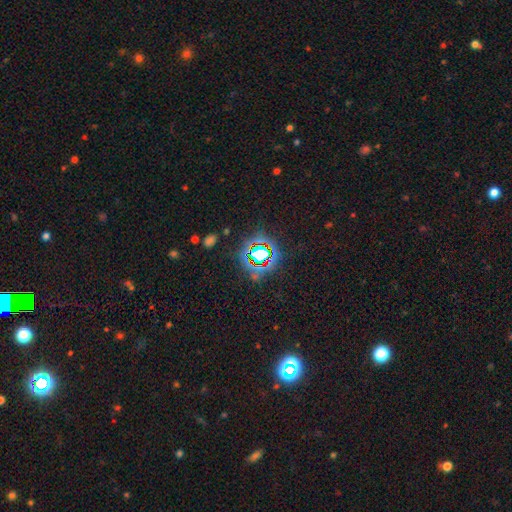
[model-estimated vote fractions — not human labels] The model was most divided on "smooth or featured": star or artifact: 72%, smooth: 18%, featured or disk: 10%.